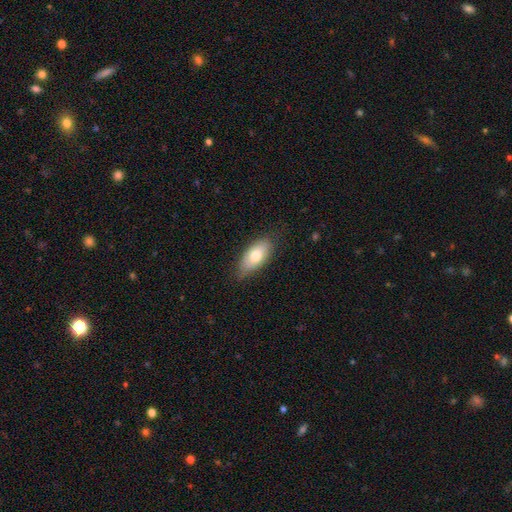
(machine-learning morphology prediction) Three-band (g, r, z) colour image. It shows a smooth galaxy with no disk features (73%) that is in between round and cigar-shaped (89%). Merging: none (75%).